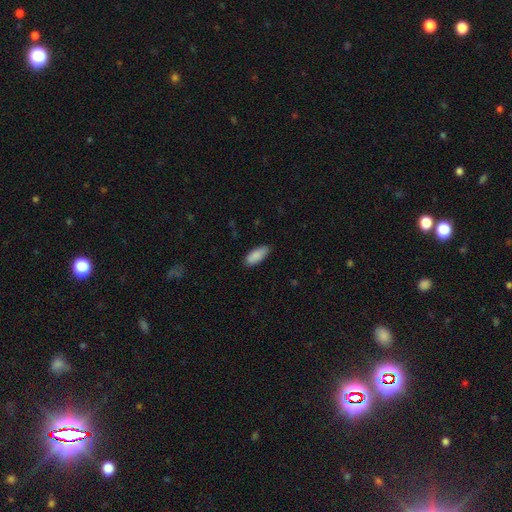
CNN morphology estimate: Smooth or featured? Predicted: smooth (p=0.89). How rounded? Predicted: in between (p=0.83). Merging? Predicted: none (p=0.83).